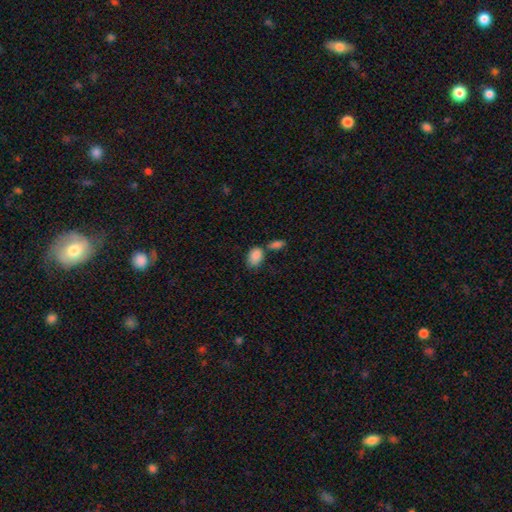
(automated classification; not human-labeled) The model was most divided on "merging": none: 48%, merger: 29%, minor disturbance: 18%, major disturbance: 6%. More confident: smooth or featured — smooth (87%); how rounded — in between (87%).